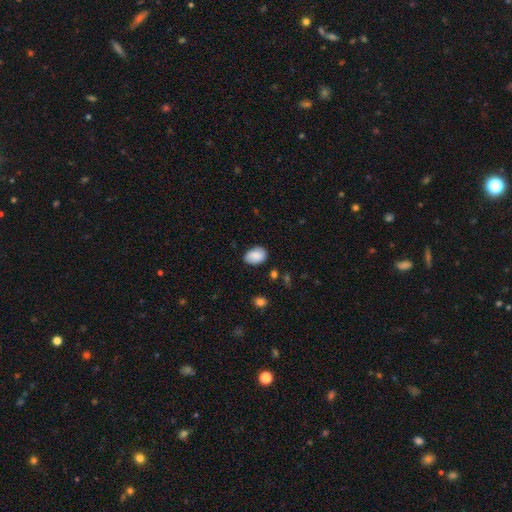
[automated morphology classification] type=smooth (87%); roundness=in between (83%); merging=none (78%).